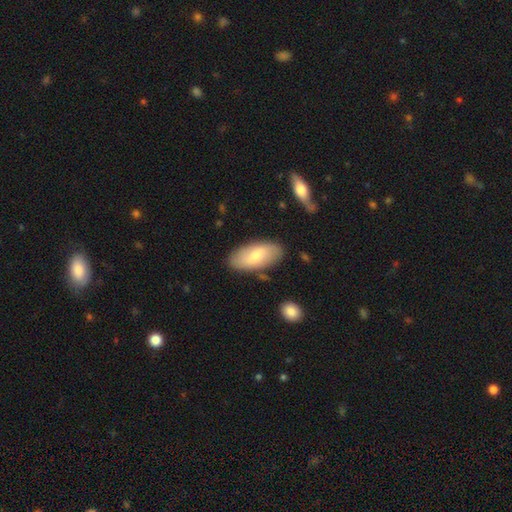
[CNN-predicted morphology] A smooth galaxy with no disk features (64%) that is in between round and cigar-shaped (91%). Merging: none (81%).